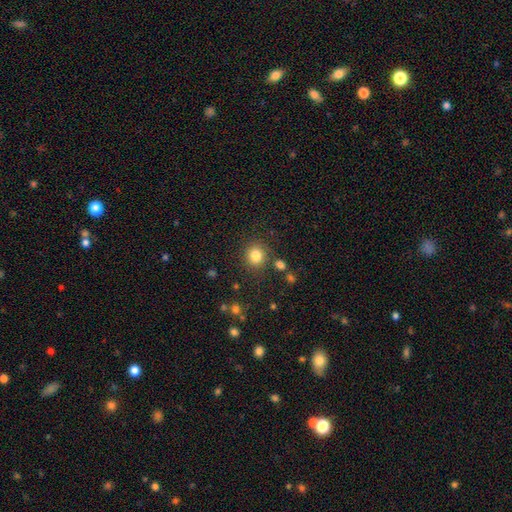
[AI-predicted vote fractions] This appears to be a smooth galaxy with no disk features (83%) that is round (88%). Merging: none (84%).